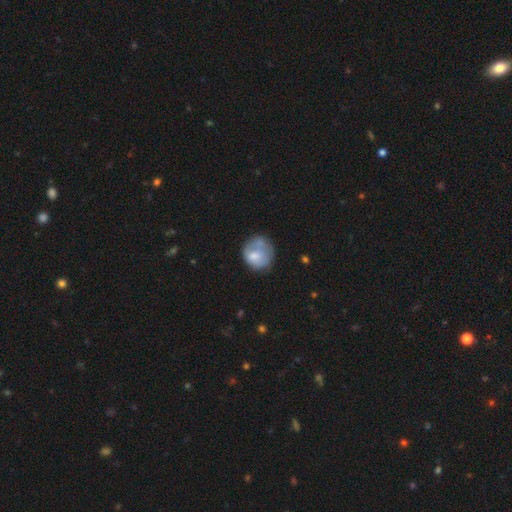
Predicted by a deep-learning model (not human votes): A smooth galaxy with no disk features (65%) that is round (75%).

Vote fractions:
- Smooth or featured? smooth: 65% / featured or disk: 27% / star or artifact: 8%
- How rounded? round: 75% / in between: 24% / cigar-shaped: 1%
- Merging? none: 47% / minor disturbance: 27% / major disturbance: 17% / merger: 9%